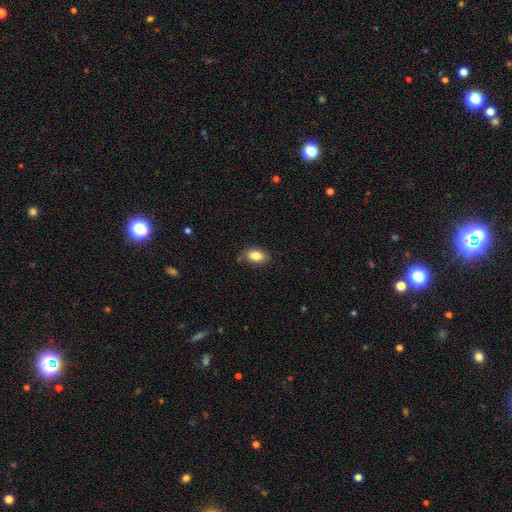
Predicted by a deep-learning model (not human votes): smooth-or-featured: smooth: 85% | star or artifact: 8% | featured or disk: 7%
  how-rounded: in between: 88% | round: 11% | cigar-shaped: 2%
  merging: none: 83% | minor disturbance: 13% | major disturbance: 3% | merger: 2%